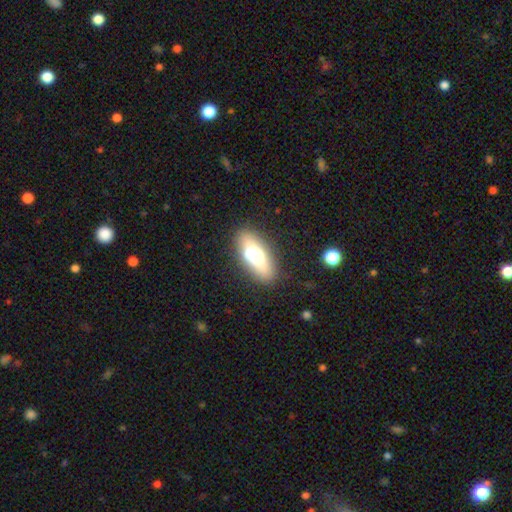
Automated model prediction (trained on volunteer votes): Smooth or featured? smooth (54%)
How rounded? in between (71%)
Merging? none (77%)